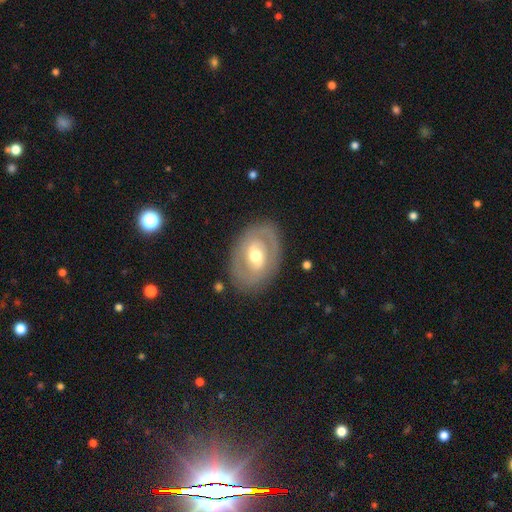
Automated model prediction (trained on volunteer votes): Smooth or featured?
  - featured or disk: 63% *
  - smooth: 31%
  - star or artifact: 6%
Edge-on disk?
  - no: 93% *
  - yes: 7%
Bar?
  - no: 47% *
  - weak: 36%
  - strong: 17%
Spiral arms?
  - no: 66% *
  - yes: 34%
Bulge size?
  - moderate: 71% *
  - small: 15%
  - large: 12%
  - dominant: 1%
  - none: 1%
Merging?
  - none: 81% *
  - minor disturbance: 12%
  - major disturbance: 5%
  - merger: 1%